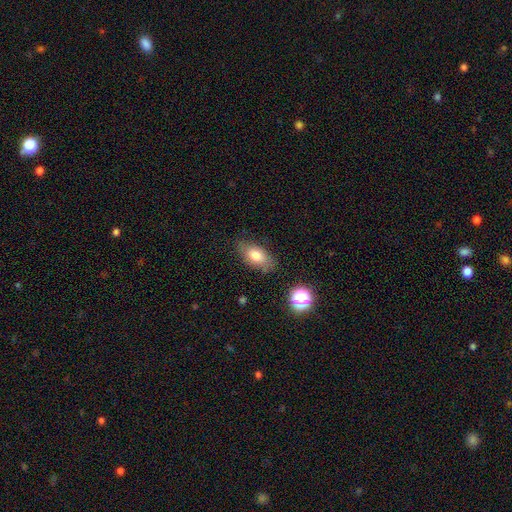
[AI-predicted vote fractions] A smooth galaxy with no disk features (77%) that is in between round and cigar-shaped (88%).

Vote fractions:
- Smooth or featured? smooth: 77% / featured or disk: 15% / star or artifact: 9%
- How rounded? in between: 88% / round: 6% / cigar-shaped: 6%
- Merging? none: 77% / minor disturbance: 17% / major disturbance: 4% / merger: 2%